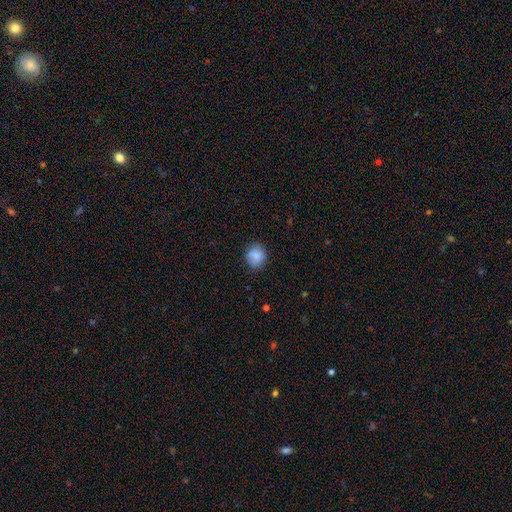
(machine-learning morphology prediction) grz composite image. It shows a smooth galaxy with no disk features (80%) that is round (73%). Merging: none (72%).